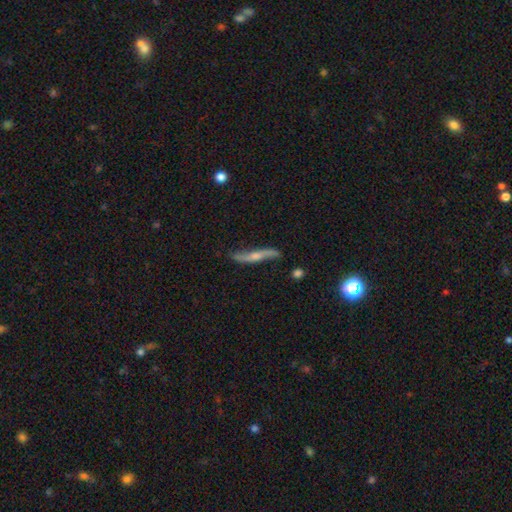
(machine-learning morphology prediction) Overall: featured or disk (73%). Edge-on disk: yes (58%; no 42%). Merging: none (74%).